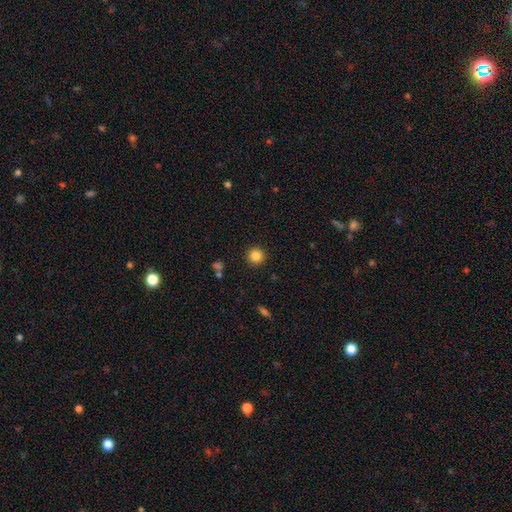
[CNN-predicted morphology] A smooth galaxy with no disk features (85%) that is round (95%). Merging: none (92%).